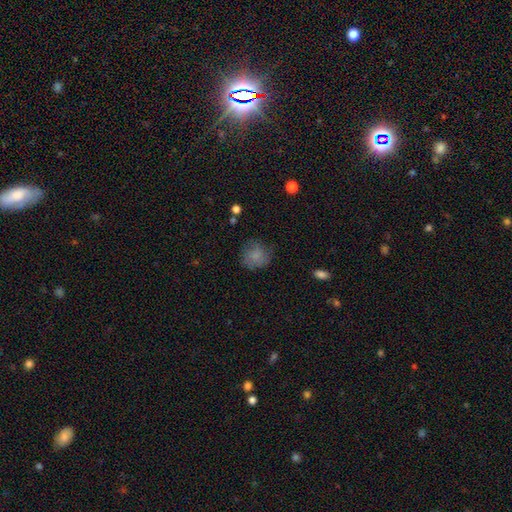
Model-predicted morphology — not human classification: Smooth or featured: smooth — 77% (featured or disk — 13%)
How rounded: round — 83% (in between — 16%)
Merging: none — 67% (minor disturbance — 22%)